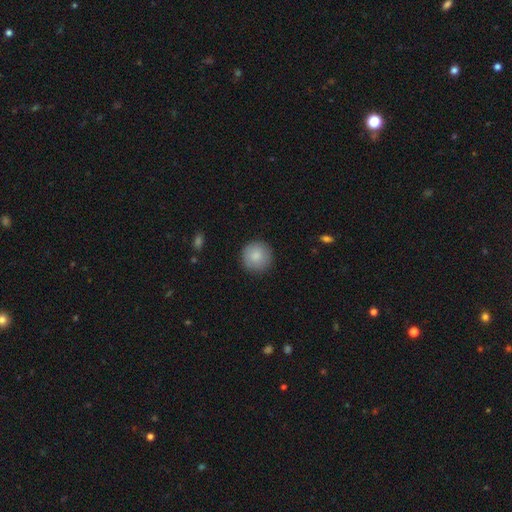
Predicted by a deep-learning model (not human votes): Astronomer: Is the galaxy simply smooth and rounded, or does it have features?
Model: smooth — 85%.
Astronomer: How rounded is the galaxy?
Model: round — 95%.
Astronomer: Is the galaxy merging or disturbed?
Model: none — 88%.